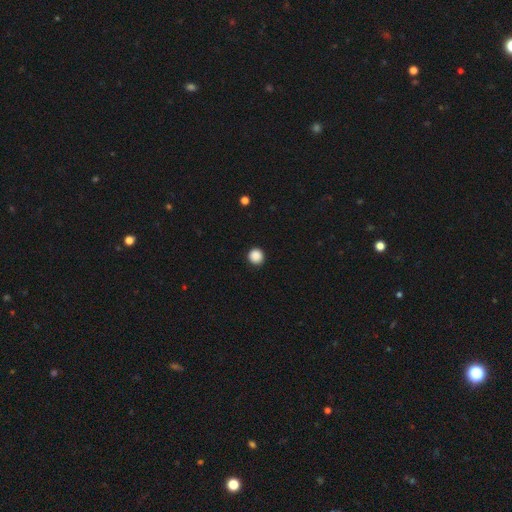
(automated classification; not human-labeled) smooth_or_featured: smooth (p=0.88) [alt: star or artifact p=0.10]
how_rounded: round (p=0.95) [alt: in between p=0.04]
merging: none (p=0.93) [alt: minor disturbance p=0.05]